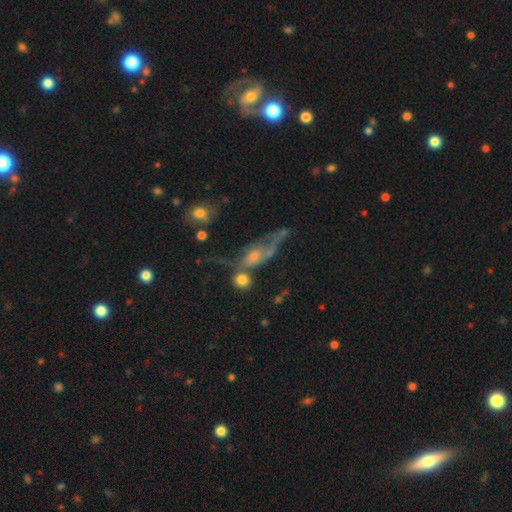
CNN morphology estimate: This is possibly a featured or disk galaxy (47%). Merging: marginally major disturbance (33%).